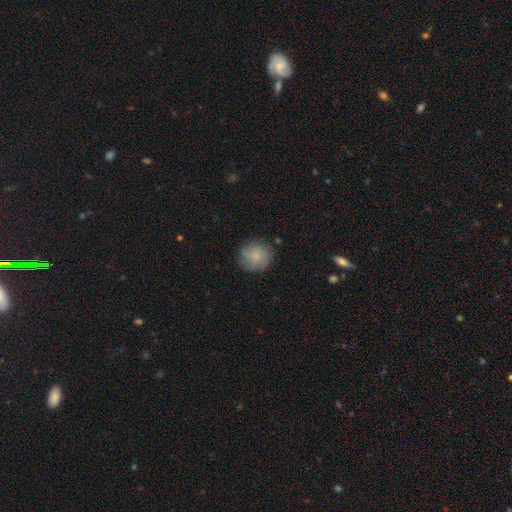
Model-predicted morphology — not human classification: smooth-or-featured: smooth: 73% | featured or disk: 19% | star or artifact: 8%
  how-rounded: round: 89% | in between: 10% | cigar-shaped: 1%
  merging: none: 77% | minor disturbance: 17% | major disturbance: 5% | merger: 2%